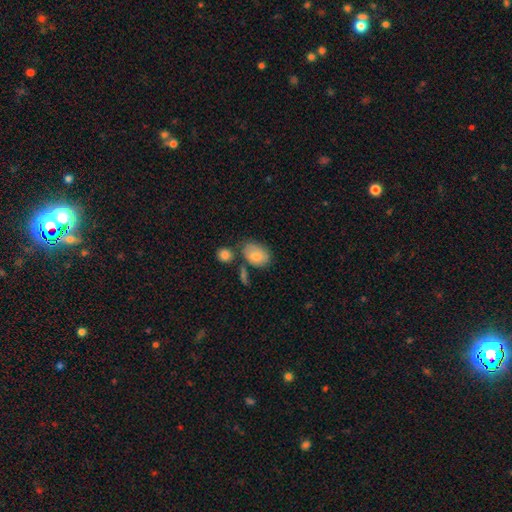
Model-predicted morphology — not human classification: Overall: smooth (77%). How rounded: in between (83%). Merging: none (53%; minor disturbance 24%).